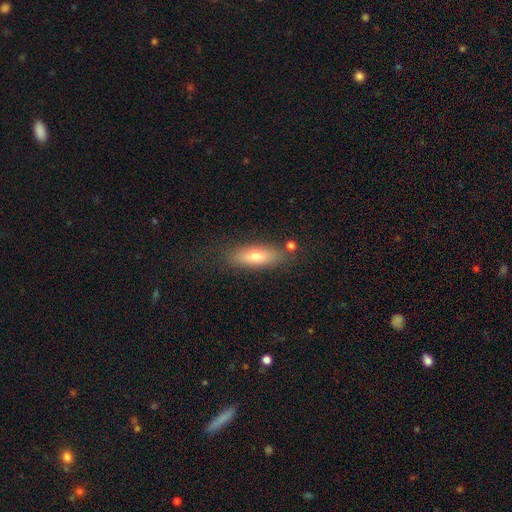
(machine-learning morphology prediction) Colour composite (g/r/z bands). It shows a smooth galaxy with no disk features (66%) that is in between round and cigar-shaped (60%). Merging: none (78%).